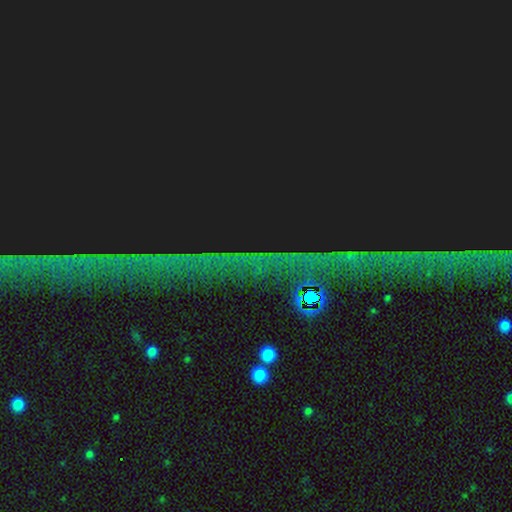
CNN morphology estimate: smooth_or_featured: star or artifact (p=0.85) [alt: featured or disk p=0.08]